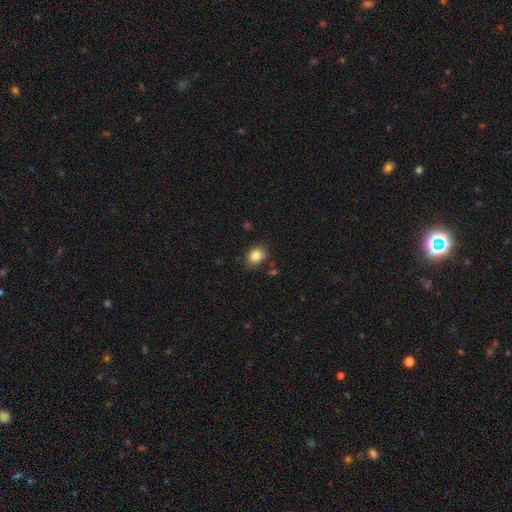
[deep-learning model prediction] A smooth galaxy with no disk features (84%) that is in between round and cigar-shaped (62%).

Vote fractions:
- Smooth or featured? smooth: 84% / star or artifact: 9% / featured or disk: 6%
- How rounded? in between: 62% / round: 37% / cigar-shaped: 1%
- Merging? none: 79% / minor disturbance: 15% / major disturbance: 3% / merger: 2%